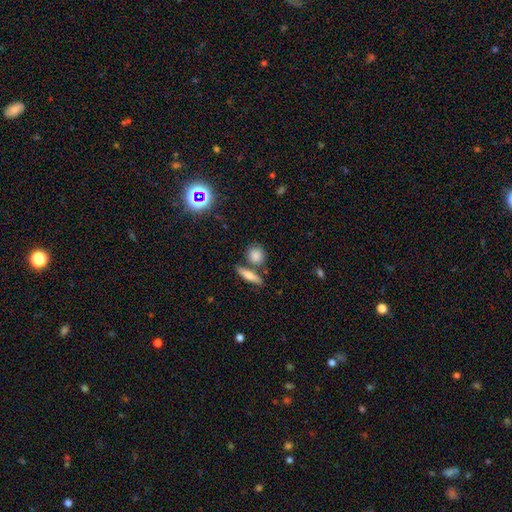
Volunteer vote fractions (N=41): smooth_or_featured: smooth (p=0.78) [alt: featured or disk p=0.15]
how_rounded: round (p=0.91) [alt: in between p=0.09]
merging: none (p=0.66) [alt: minor disturbance p=0.18]